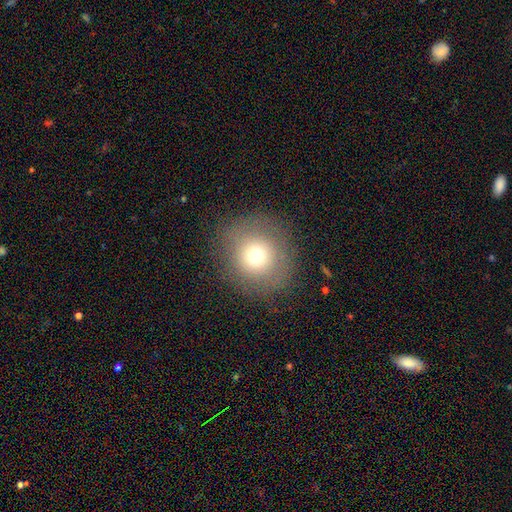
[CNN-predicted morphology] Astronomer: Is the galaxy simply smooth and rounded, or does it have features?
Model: smooth — 71%.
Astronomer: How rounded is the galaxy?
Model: round — 91%.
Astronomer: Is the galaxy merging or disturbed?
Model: none — 85%.